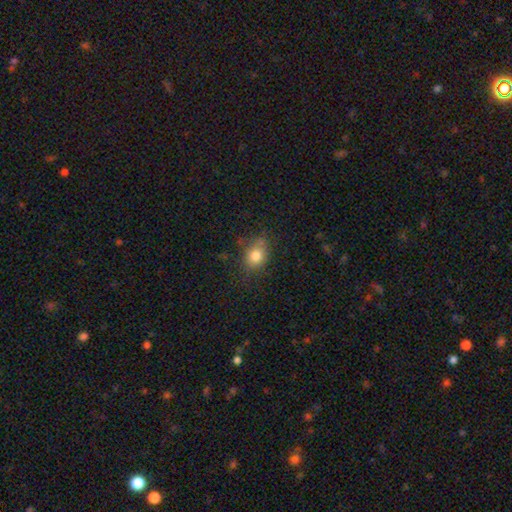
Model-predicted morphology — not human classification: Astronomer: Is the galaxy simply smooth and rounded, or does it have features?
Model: smooth — 79%.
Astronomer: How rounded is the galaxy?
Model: in between — 50% (runner-up: round, 49%).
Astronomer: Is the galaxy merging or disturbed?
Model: none — 71%.